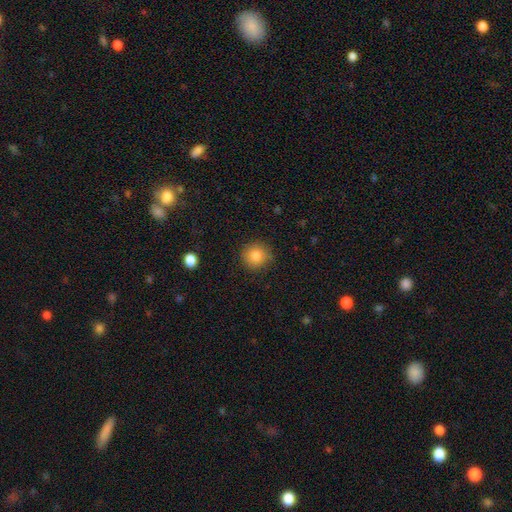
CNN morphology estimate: Overall: smooth (82%). How rounded: round (92%). Merging: none (86%).